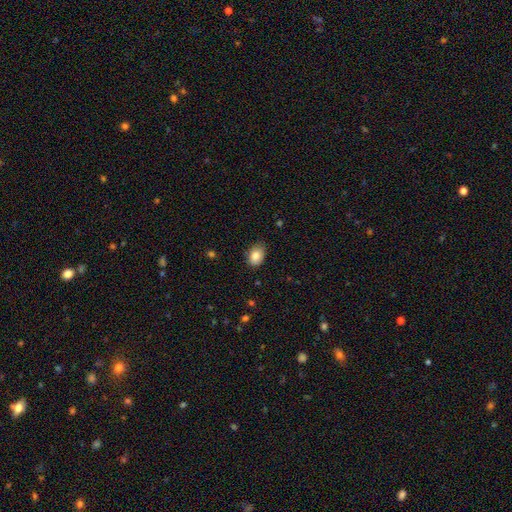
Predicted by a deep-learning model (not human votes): Smooth or featured: smooth — 84% (star or artifact — 8%)
How rounded: in between — 77% (round — 22%)
Merging: none — 78% (minor disturbance — 18%)